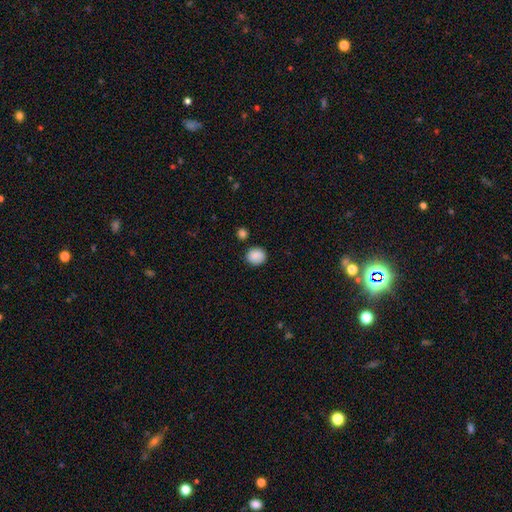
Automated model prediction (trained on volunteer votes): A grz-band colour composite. It shows a smooth galaxy with no disk features (88%) that is round (80%). Merging: none (84%).